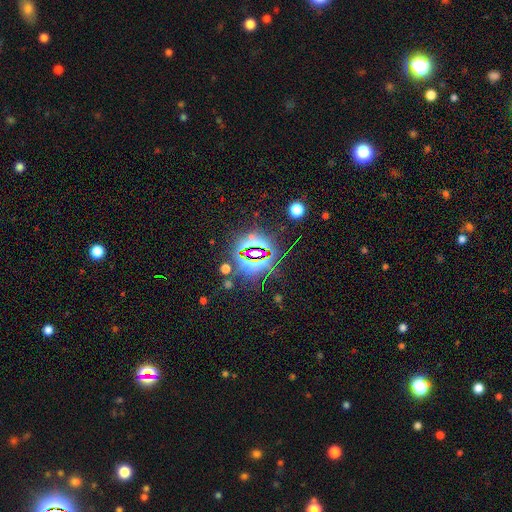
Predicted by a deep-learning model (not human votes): The model was most divided on "smooth or featured": star or artifact: 80%, smooth: 12%, featured or disk: 8%.